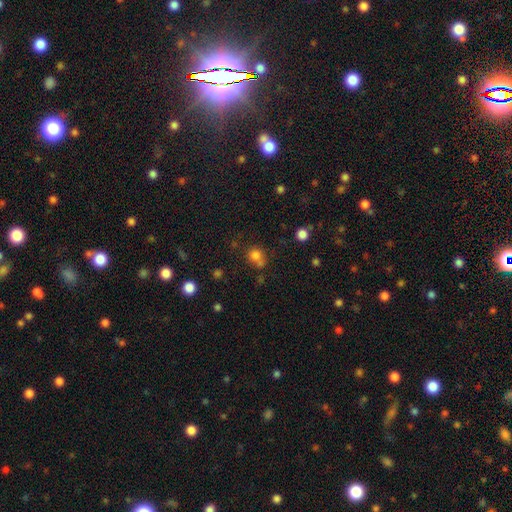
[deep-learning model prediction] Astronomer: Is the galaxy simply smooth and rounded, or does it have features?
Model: smooth — 78%.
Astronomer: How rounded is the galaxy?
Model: round — 81%.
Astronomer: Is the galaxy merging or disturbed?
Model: none — 54%.